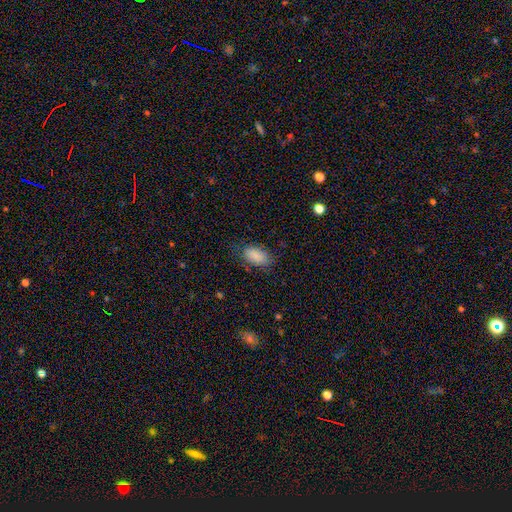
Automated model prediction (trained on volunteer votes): This appears to be a smooth galaxy with no disk features (86%) that is in between round and cigar-shaped (93%). Merging: none (70%).